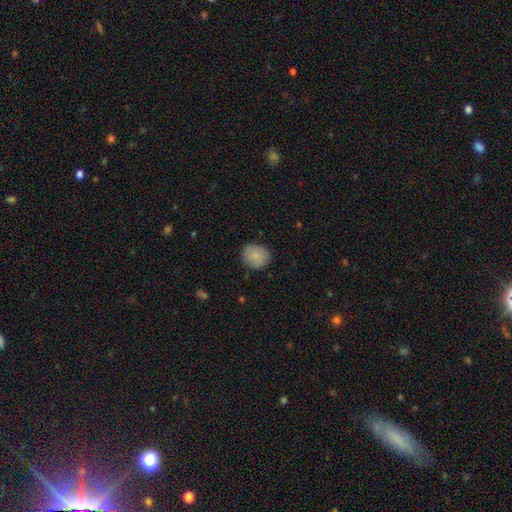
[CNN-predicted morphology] Smooth or featured? smooth (85%)
How rounded? round (74%)
Merging? none (86%)